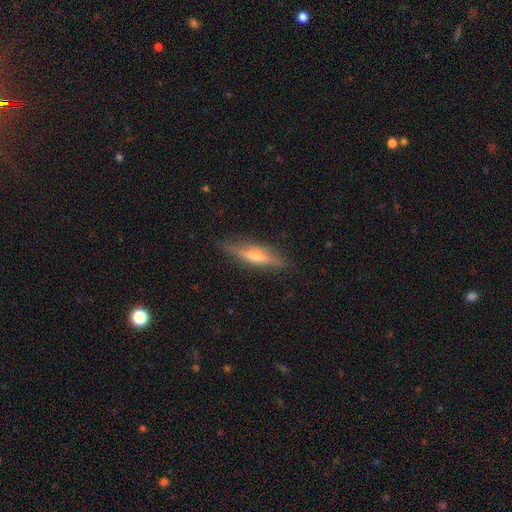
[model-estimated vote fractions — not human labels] This is possibly a featured or disk galaxy (57%). It is clearly viewed edge-on (92%). Edge-on bulge: likely rounded (70%). Merging: clearly none (82%).